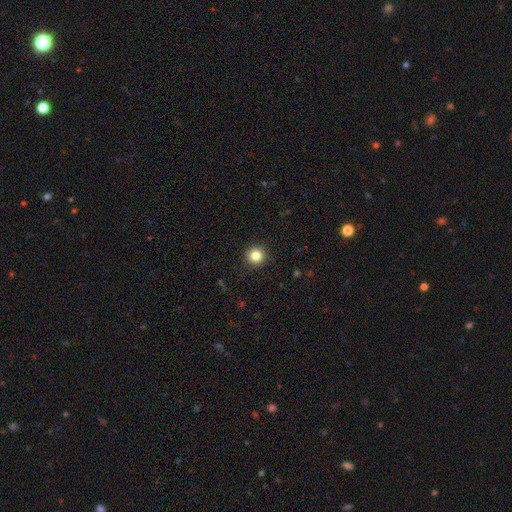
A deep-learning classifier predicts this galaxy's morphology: smooth 84%, star or artifact 11%, featured or disk 5%. Down the decision tree: how rounded — round (95%); merging — none (92%).